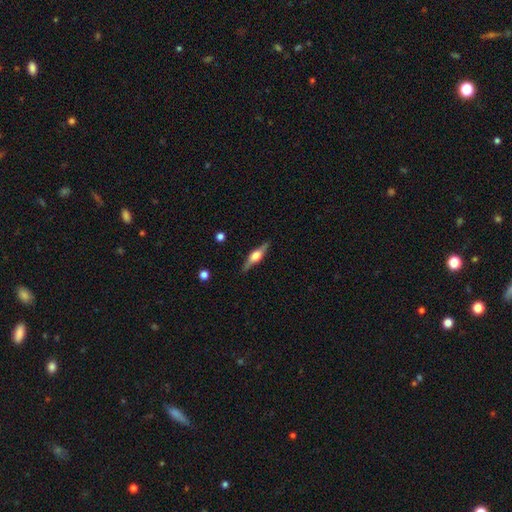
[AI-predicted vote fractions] smooth-or-featured: featured or disk: 71% | smooth: 24% | star or artifact: 6%
  disk-edge-on: yes: 96% | no: 4%
    edge-on-bulge: rounded: 89% | boxy: 9% | none: 2%
  merging: none: 87% | minor disturbance: 10% | major disturbance: 2% | merger: 1%